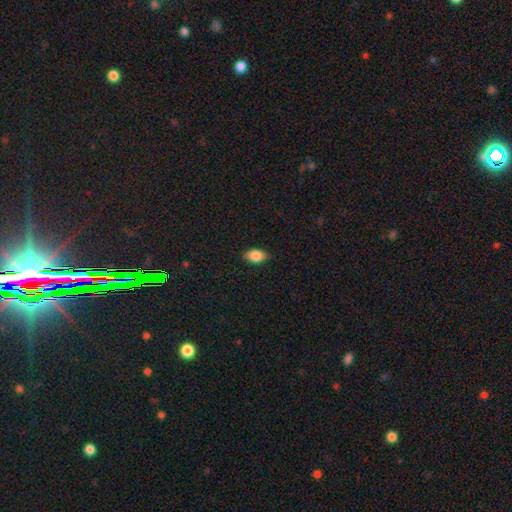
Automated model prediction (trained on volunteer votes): smooth-or-featured: smooth: 83% | featured or disk: 10% | star or artifact: 8%
  how-rounded: in between: 87% | round: 10% | cigar-shaped: 3%
  merging: none: 84% | minor disturbance: 12% | major disturbance: 2% | merger: 1%